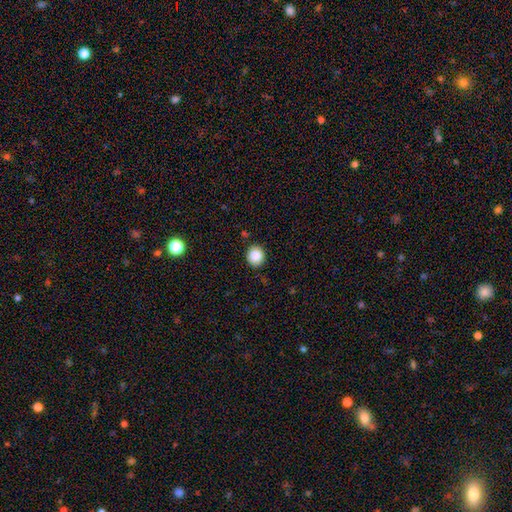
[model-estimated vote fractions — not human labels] Smooth or featured? Predicted: smooth (p=0.86). How rounded? Predicted: round (p=0.81). Merging? Predicted: none (p=0.87).